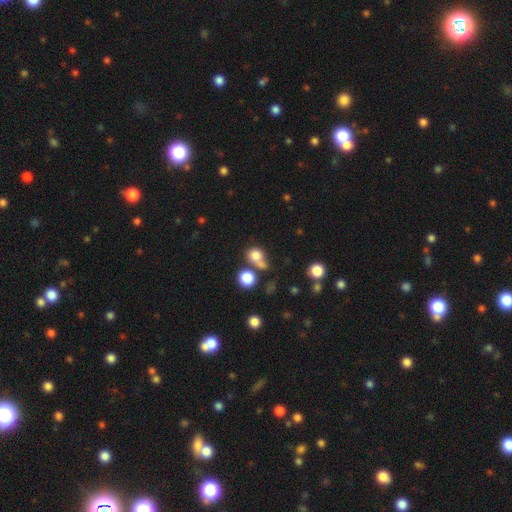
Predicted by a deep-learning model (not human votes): The model was most divided on "merging": none: 41%, merger: 35%, minor disturbance: 14%, major disturbance: 10%. More confident: smooth or featured — smooth (78%); how rounded — round (73%).